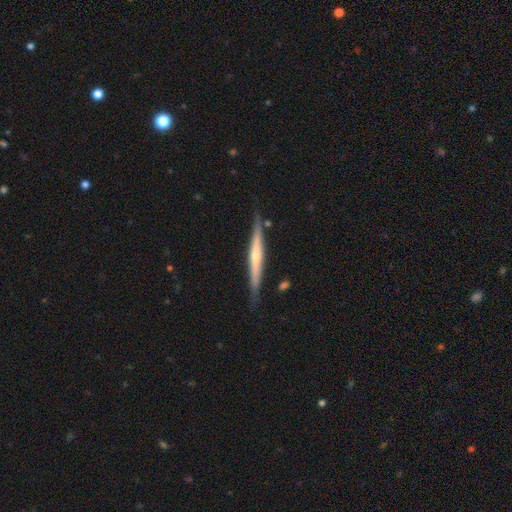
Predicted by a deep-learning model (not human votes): Smooth or featured: featured or disk — 71% (smooth — 23%)
Edge-on disk: yes — 97% (no — 3%)
Edge-on bulge: rounded — 65% (none — 27%)
Merging: none — 86% (minor disturbance — 11%)